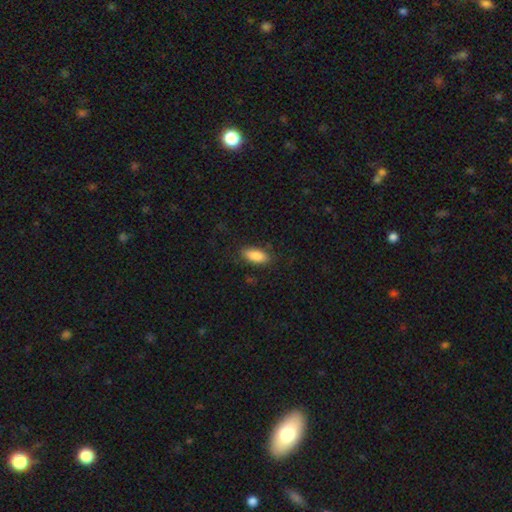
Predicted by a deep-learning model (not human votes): Smooth or featured? smooth (87%)
How rounded? in between (86%)
Merging? none (83%)